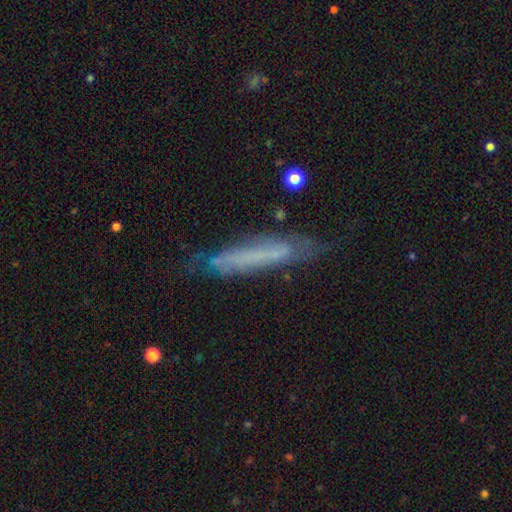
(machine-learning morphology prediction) This is possibly a featured or disk galaxy (46%). Merging: likely none (67%).